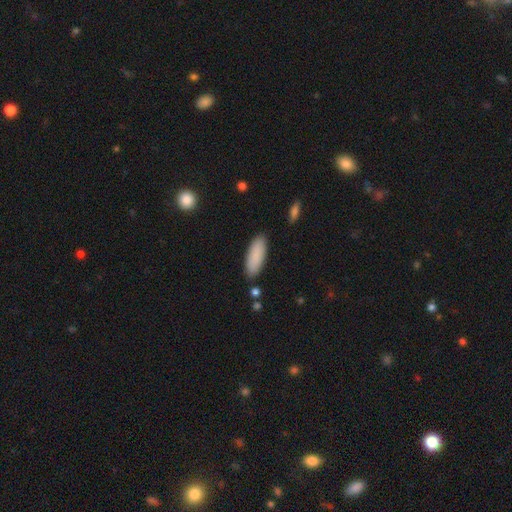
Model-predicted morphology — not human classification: This is clearly a smooth galaxy (88%). How rounded: likely in between (62%). Merging: clearly none (87%).